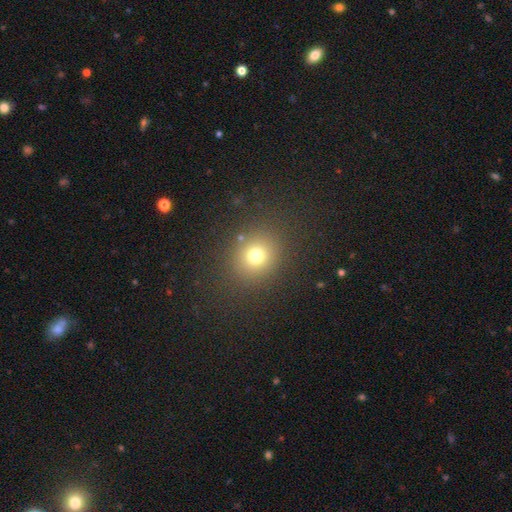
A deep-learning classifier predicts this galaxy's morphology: smooth 74%, star or artifact 18%, featured or disk 8%. Down the decision tree: how rounded — round (77%); merging — none (85%).